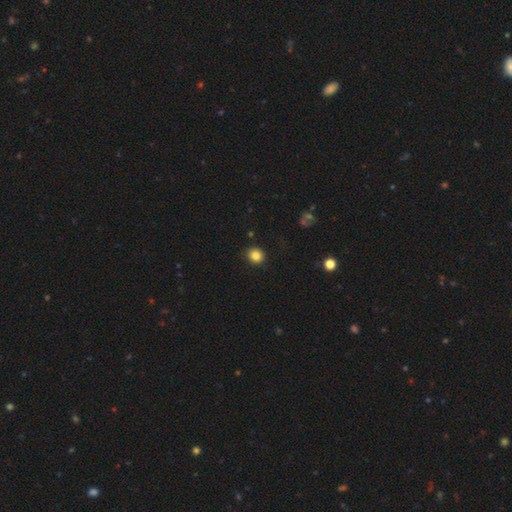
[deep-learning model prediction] This is clearly a smooth galaxy (84%). How rounded: clearly round (83%). Merging: clearly none (90%).